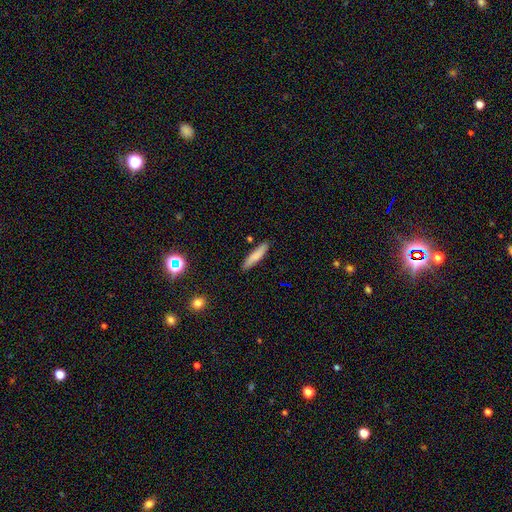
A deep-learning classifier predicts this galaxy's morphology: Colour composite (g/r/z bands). It shows a smooth galaxy with no disk features (79%) that is cigar-shaped (85%). Merging: none (87%).